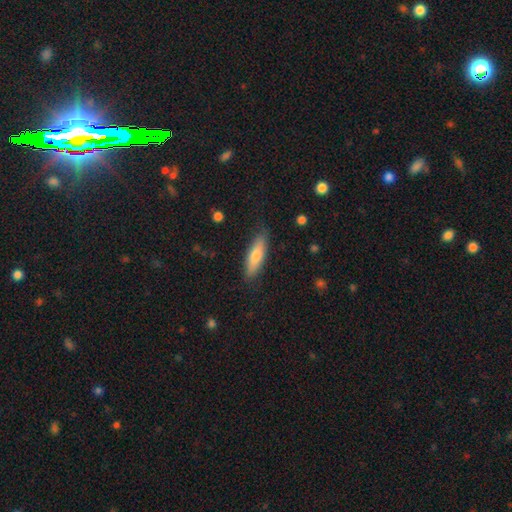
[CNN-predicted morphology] This appears to be a smooth galaxy with no disk features (68%) that is cigar-shaped (57%). Merging: none (84%).